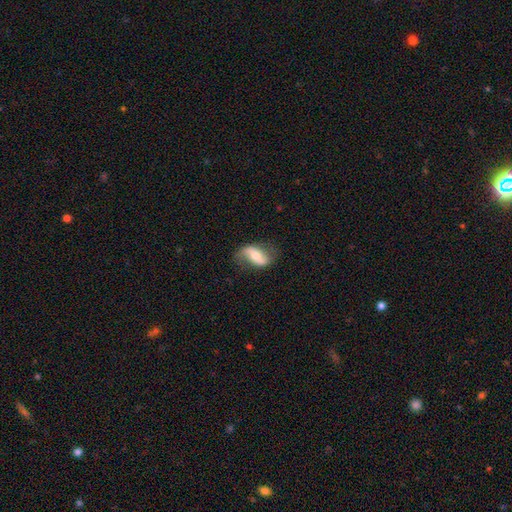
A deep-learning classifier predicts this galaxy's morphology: Overall: featured or disk (61%; smooth 32%). Edge-on disk: no (92%). Bar: no (35%; weak 33%). Spiral arms: yes (85%). Bulge size: moderate (51%; small 33%). Merging: none (63%; minor disturbance 24%).